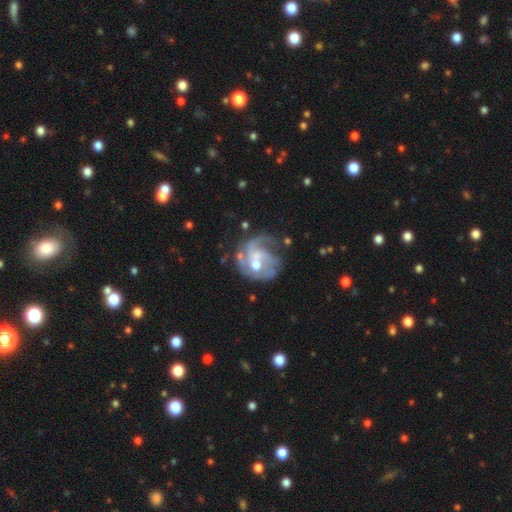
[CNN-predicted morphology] Smooth or featured? featured or disk (81%)
Edge-on disk? no (98%)
Bar? no (64%)
Spiral arms? yes (86%)
Spiral winding? medium (40%)
Spiral arm count? can't tell (26%)
Bulge size? moderate (62%)
Merging? none (43%)